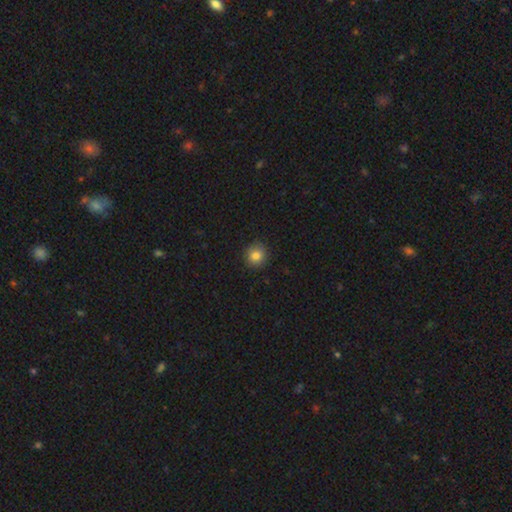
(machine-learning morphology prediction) Smooth or featured? smooth (83%)
How rounded? round (90%)
Merging? none (91%)